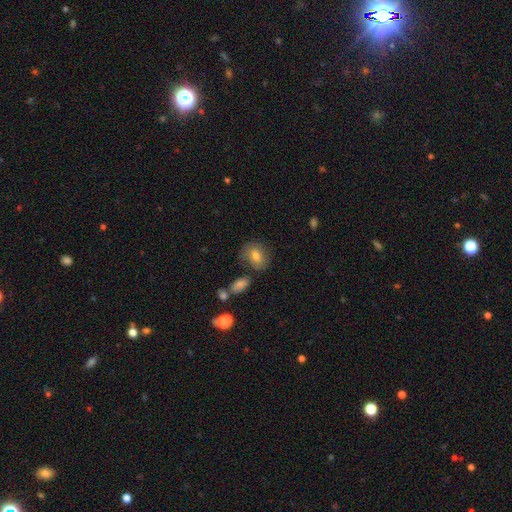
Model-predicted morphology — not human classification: Smooth or featured? smooth (59%)
How rounded? in between (54%)
Merging? none (63%)